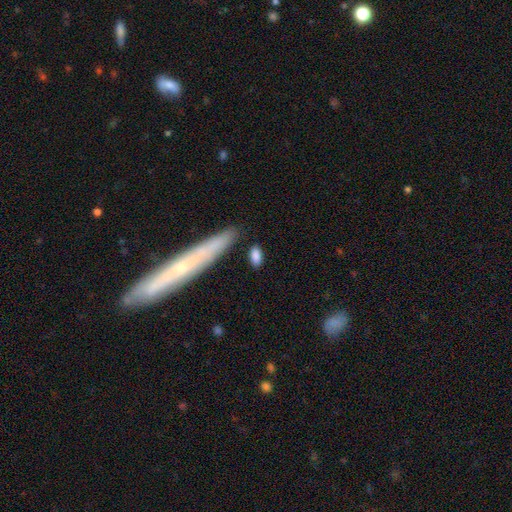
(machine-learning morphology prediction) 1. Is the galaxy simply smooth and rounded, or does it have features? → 85% smooth, 8% featured or disk, 7% star or artifact.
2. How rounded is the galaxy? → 81% in between, 15% cigar-shaped, 4% round.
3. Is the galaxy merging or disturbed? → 80% none, 12% minor disturbance, 4% merger, 4% major disturbance.